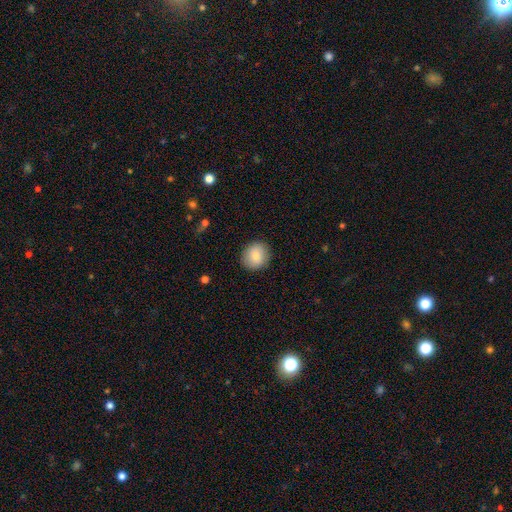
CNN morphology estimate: smooth_or_featured: smooth (p=0.85) [alt: featured or disk p=0.08]
how_rounded: round (p=0.80) [alt: in between p=0.19]
merging: none (p=0.89) [alt: minor disturbance p=0.08]